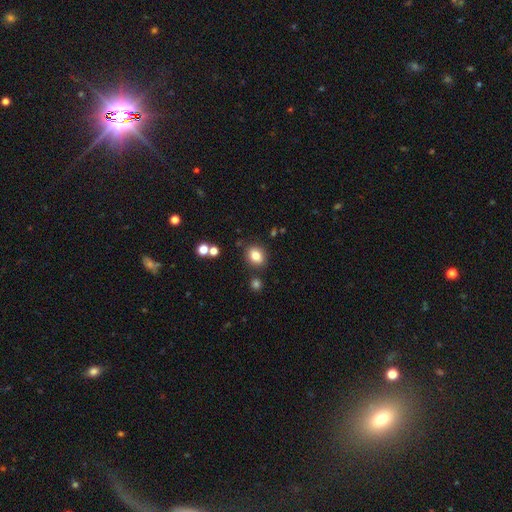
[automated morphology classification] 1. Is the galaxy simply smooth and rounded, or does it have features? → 81% smooth, 11% star or artifact, 8% featured or disk.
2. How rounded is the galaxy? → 59% round, 40% in between, 1% cigar-shaped.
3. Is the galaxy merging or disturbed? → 82% none, 10% minor disturbance, 5% merger, 3% major disturbance.